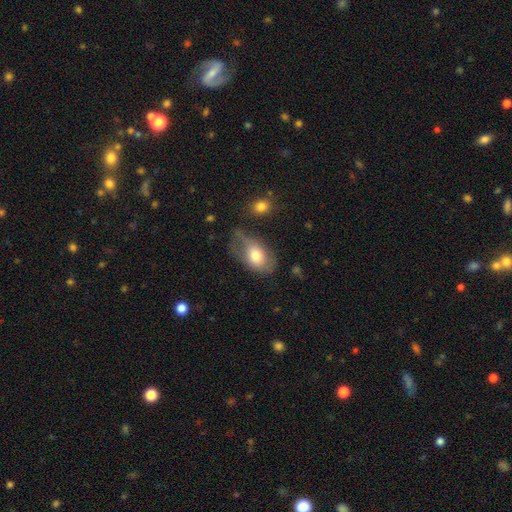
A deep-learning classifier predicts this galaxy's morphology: Smooth or featured? Predicted: smooth (p=0.70). How rounded? Predicted: in between (p=0.87). Merging? Predicted: none (p=0.34).